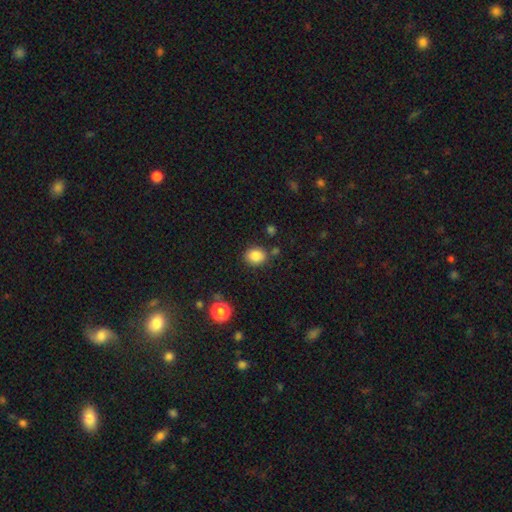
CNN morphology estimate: Smooth or featured? Predicted: smooth (p=0.85). How rounded? Predicted: round (p=0.59). Merging? Predicted: none (p=0.81).